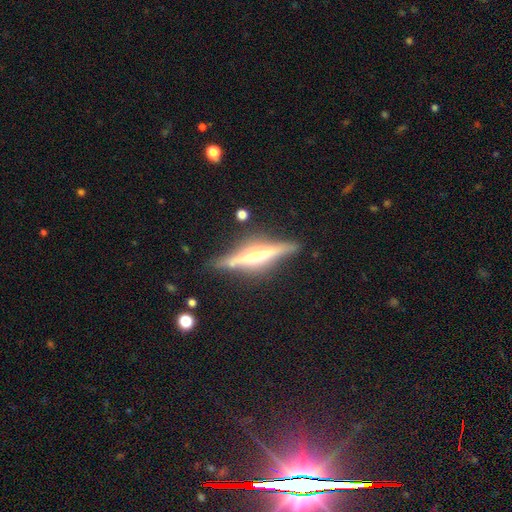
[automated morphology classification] Smooth or featured: featured or disk — 79% (smooth — 16%)
Edge-on disk: yes — 96% (no — 4%)
Edge-on bulge: rounded — 76% (boxy — 13%)
Merging: none — 82% (minor disturbance — 12%)